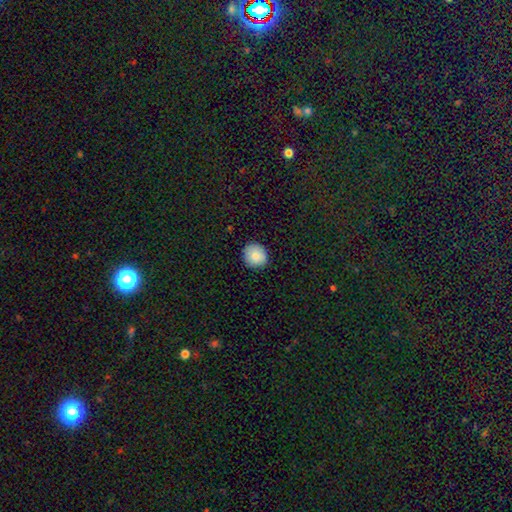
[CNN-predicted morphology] smooth-or-featured: smooth: 86% | star or artifact: 8% | featured or disk: 6%
  how-rounded: round: 89% | in between: 10% | cigar-shaped: 1%
  merging: none: 90% | minor disturbance: 8% | major disturbance: 2% | merger: 1%